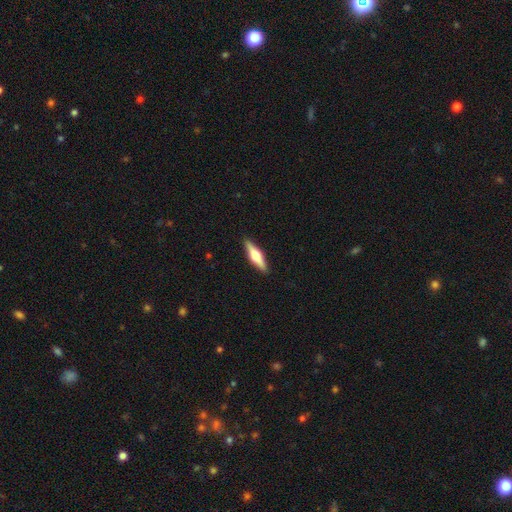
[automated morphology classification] This is possibly a featured or disk galaxy (57%). It is clearly viewed edge-on (96%). Edge-on bulge: clearly rounded (92%). Merging: clearly none (91%).